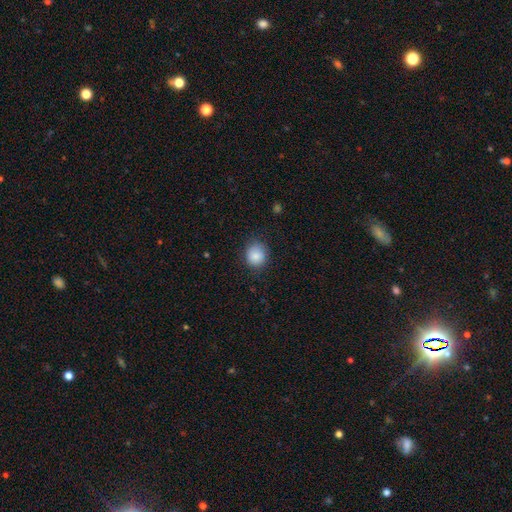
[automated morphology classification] This appears to be a smooth galaxy with no disk features (87%) that is round (80%). Merging: none (81%).